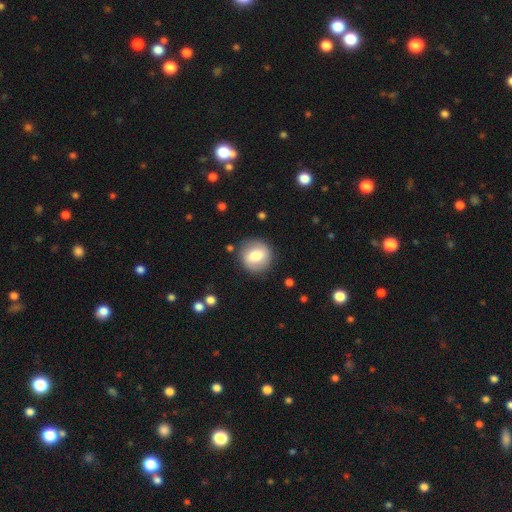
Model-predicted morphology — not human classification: Smooth or featured?
  - smooth: 68% *
  - featured or disk: 25%
  - star or artifact: 7%
How rounded?
  - round: 91% *
  - in between: 8%
  - cigar-shaped: 1%
Merging?
  - none: 86% *
  - minor disturbance: 9%
  - major disturbance: 3%
  - merger: 2%